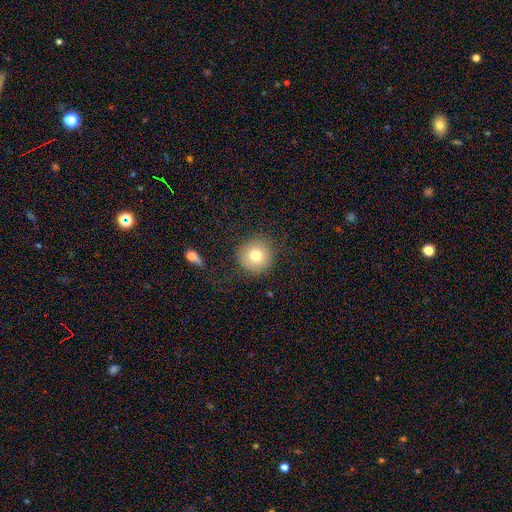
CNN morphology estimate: type=smooth (76%); roundness=round (93%); merging=none (82%).